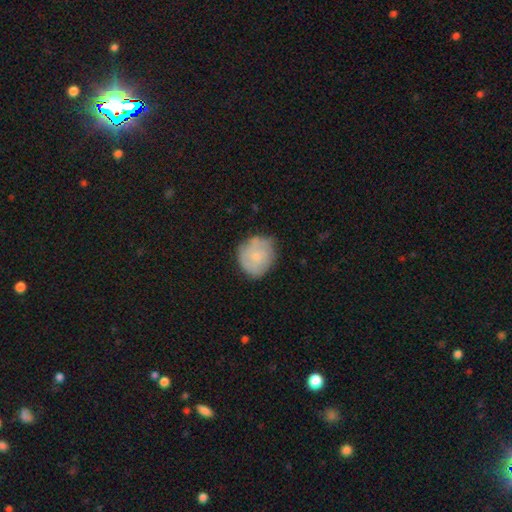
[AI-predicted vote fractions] smooth_or_featured: smooth (p=0.65) [alt: featured or disk p=0.28]
how_rounded: round (p=0.80) [alt: in between p=0.19]
merging: none (p=0.65) [alt: minor disturbance p=0.26]